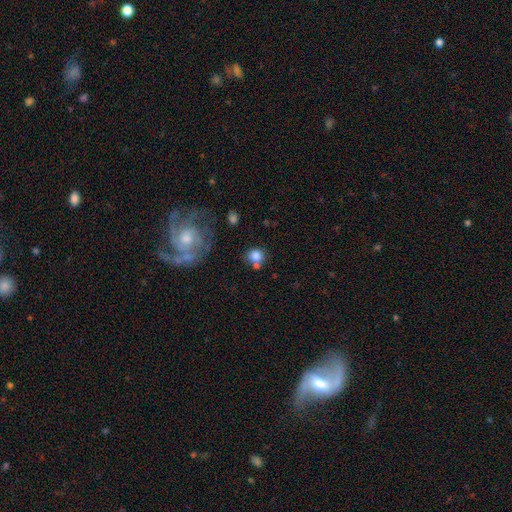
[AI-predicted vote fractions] A smooth galaxy with no disk features (80%) that is round (85%).

Vote fractions:
- Smooth or featured? smooth: 80% / featured or disk: 10% / star or artifact: 10%
- How rounded? round: 85% / in between: 14% / cigar-shaped: 1%
- Merging? none: 61% / merger: 20% / minor disturbance: 13% / major disturbance: 6%